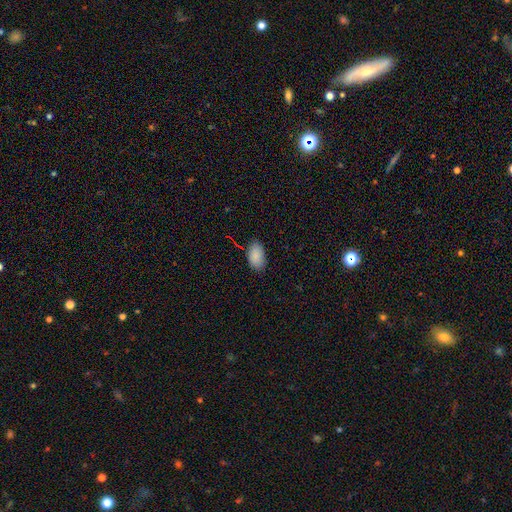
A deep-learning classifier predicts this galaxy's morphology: The model was most divided on "merging": none: 81%, minor disturbance: 15%, major disturbance: 3%, merger: 1%. More confident: how rounded — in between (93%); smooth or featured — smooth (87%).